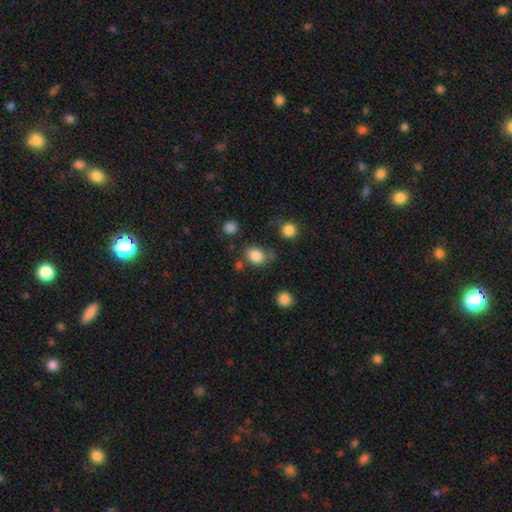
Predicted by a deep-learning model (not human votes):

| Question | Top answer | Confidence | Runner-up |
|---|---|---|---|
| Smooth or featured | smooth | 83% | star or artifact (11%) |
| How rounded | round | 53% | in between (46%) |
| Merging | none | 63% | minor disturbance (21%) |